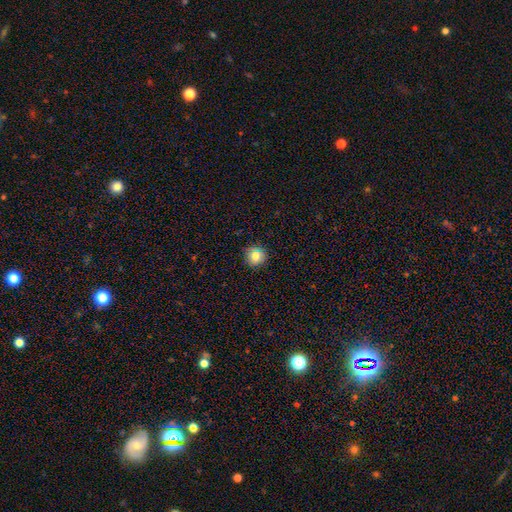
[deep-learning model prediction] smooth 75%, star or artifact 16%, featured or disk 9%. Down the decision tree: how rounded — round (93%); merging — none (89%).